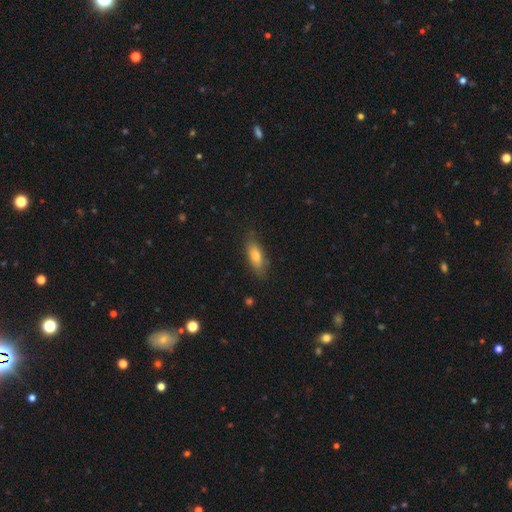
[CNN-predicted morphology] This appears to be a smooth galaxy with no disk features (73%) that is in between round and cigar-shaped (67%). Merging: none (81%).